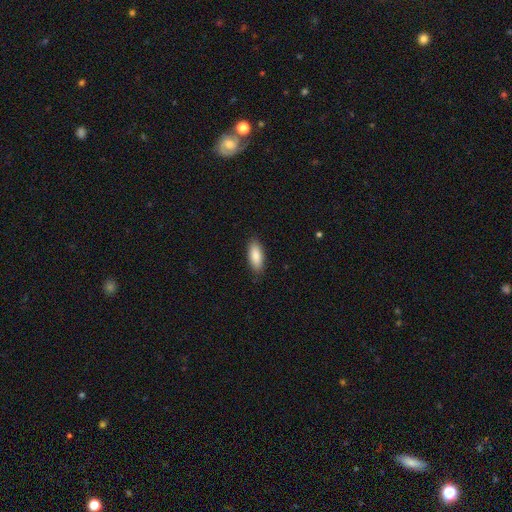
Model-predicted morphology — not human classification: A smooth galaxy with no disk features (87%) that is in between round and cigar-shaped (82%). Merging: none (87%).